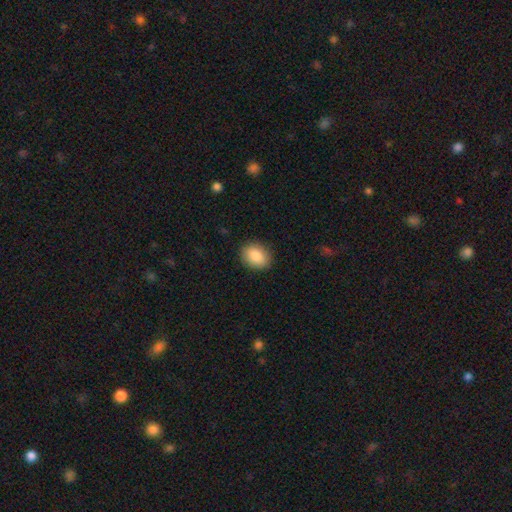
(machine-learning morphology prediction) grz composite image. It shows a smooth galaxy with no disk features (86%) that is in between round and cigar-shaped (62%). Merging: none (89%).